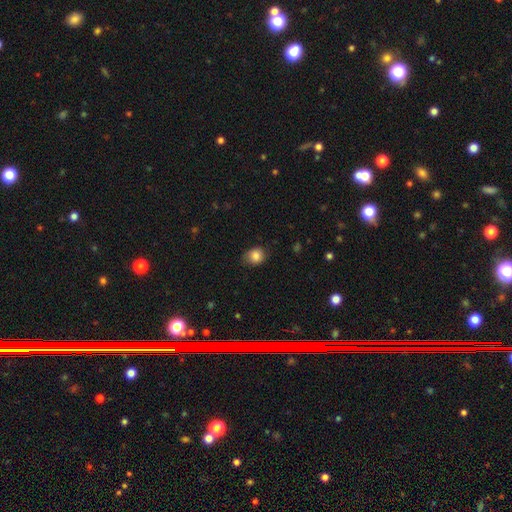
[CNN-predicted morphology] A smooth galaxy with no disk features (84%) that is round (58%).

Vote fractions:
- Smooth or featured? smooth: 84% / star or artifact: 9% / featured or disk: 7%
- How rounded? round: 58% / in between: 41% / cigar-shaped: 1%
- Merging? none: 70% / minor disturbance: 24% / major disturbance: 5% / merger: 1%